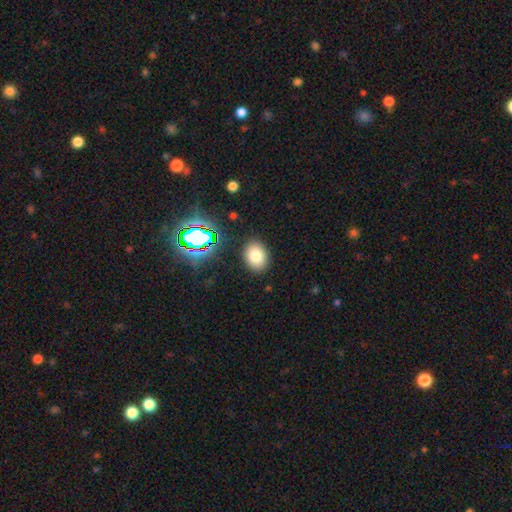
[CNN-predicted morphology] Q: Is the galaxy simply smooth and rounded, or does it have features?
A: smooth — 78%.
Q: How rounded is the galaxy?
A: in between — 66%.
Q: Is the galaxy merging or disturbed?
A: none — 88%.